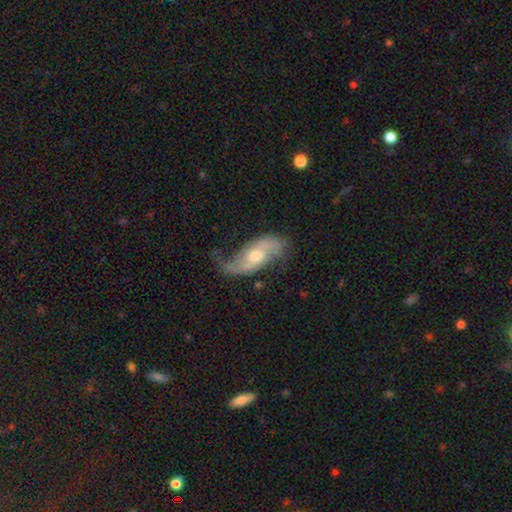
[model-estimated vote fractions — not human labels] Smooth or featured?
  - featured or disk: 78% *
  - smooth: 16%
  - star or artifact: 6%
Edge-on disk?
  - no: 91% *
  - yes: 9%
Bar?
  - no: 57% *
  - weak: 33%
  - strong: 10%
Spiral arms?
  - yes: 92% *
  - no: 8%
Spiral winding?
  - loose: 55% *
  - medium: 32%
  - tight: 13%
Spiral arm count?
  - 2: 88% *
  - can't tell: 6%
  - 1: 3%
  - 3: 1%
  - 4: 1%
  - more than 4: 1%
Bulge size?
  - moderate: 63% *
  - small: 30%
  - large: 5%
  - none: 1%
  - dominant: 1%
Merging?
  - none: 61% *
  - minor disturbance: 25%
  - major disturbance: 12%
  - merger: 2%